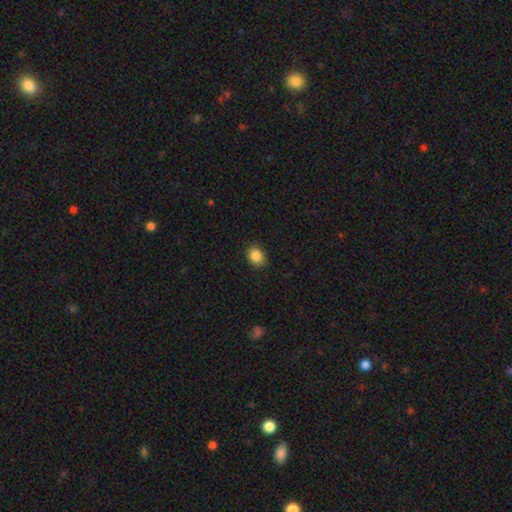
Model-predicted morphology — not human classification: This appears to be a smooth galaxy with no disk features (87%) that is in between round and cigar-shaped (61%). Merging: none (88%).